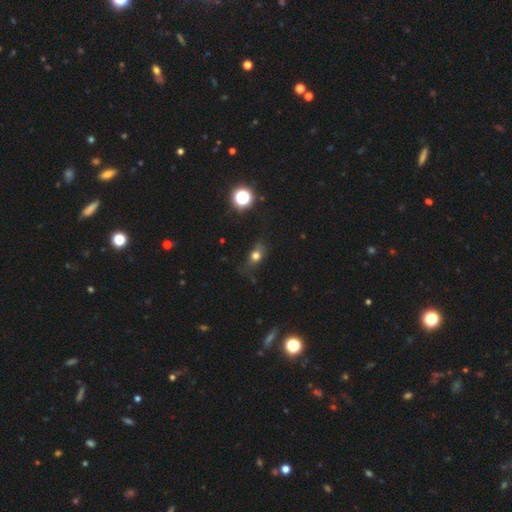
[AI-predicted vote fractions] A smooth galaxy with no disk features (70%) that is in between round and cigar-shaped (61%). Merging: none (61%).